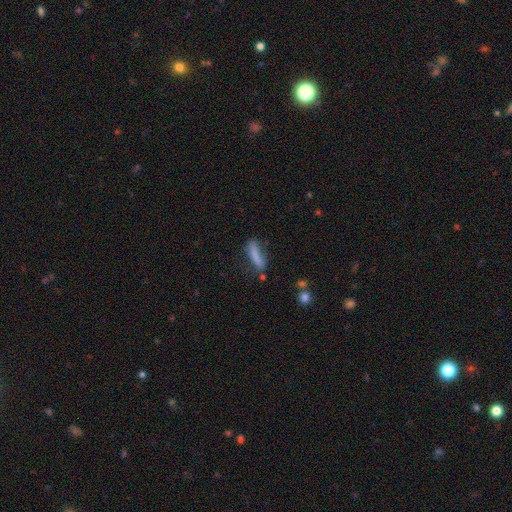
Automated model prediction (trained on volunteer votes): Smooth or featured? smooth (76%)
How rounded? cigar-shaped (69%)
Merging? none (53%)